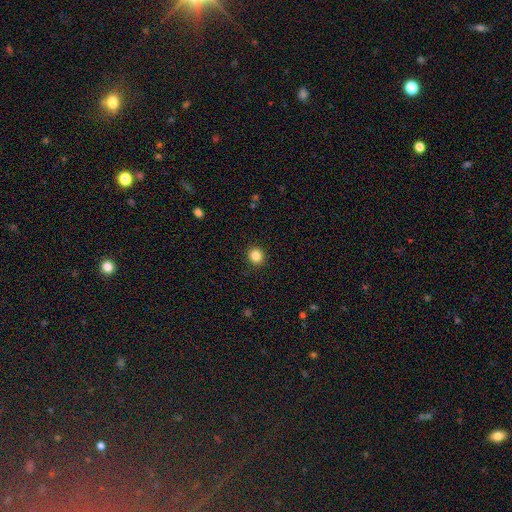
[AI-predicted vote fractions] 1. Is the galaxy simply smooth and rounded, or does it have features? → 85% smooth, 11% star or artifact, 4% featured or disk.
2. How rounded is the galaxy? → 87% round, 12% in between, 1% cigar-shaped.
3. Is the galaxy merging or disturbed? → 92% none, 6% minor disturbance, 2% major disturbance, 1% merger.